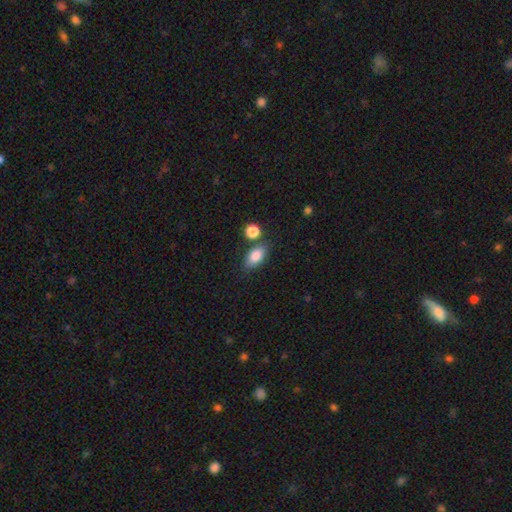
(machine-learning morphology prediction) type=smooth (84%); roundness=in between (87%); merging=none (72%).